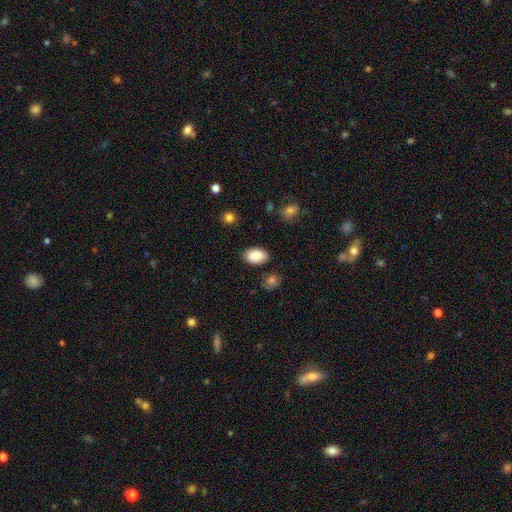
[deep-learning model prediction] Q: Smooth or featured?
A: smooth (87%); runner-up: star or artifact (7%)
Q: How rounded?
A: in between (91%); runner-up: round (8%)
Q: Merging?
A: none (83%); runner-up: minor disturbance (12%)